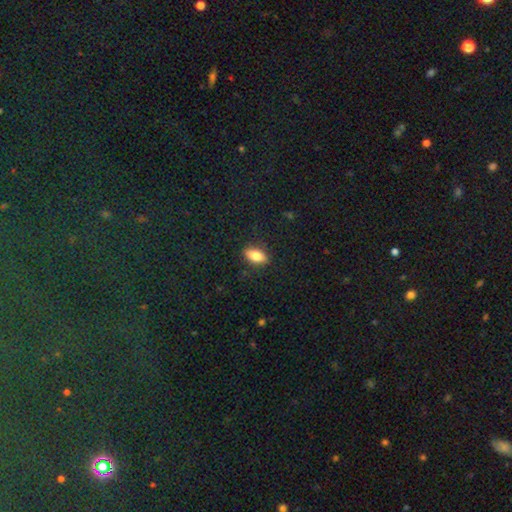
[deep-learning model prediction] Q: Smooth or featured?
A: smooth (78%); runner-up: featured or disk (14%)
Q: How rounded?
A: in between (85%); runner-up: cigar-shaped (11%)
Q: Merging?
A: none (87%); runner-up: minor disturbance (10%)